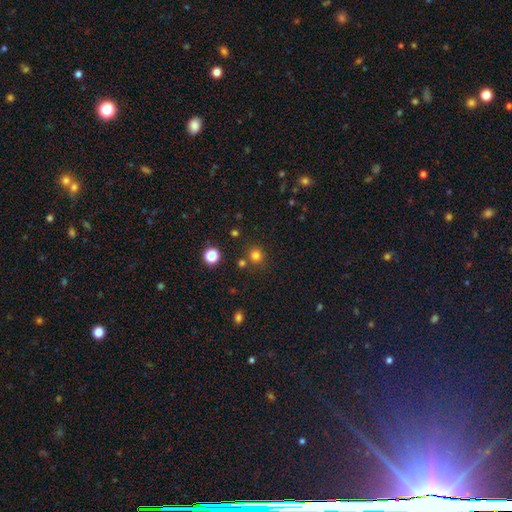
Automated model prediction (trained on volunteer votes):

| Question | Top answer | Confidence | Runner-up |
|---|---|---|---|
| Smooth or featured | smooth | 77% | star or artifact (18%) |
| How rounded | round | 92% | in between (7%) |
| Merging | none | 80% | merger (10%) |